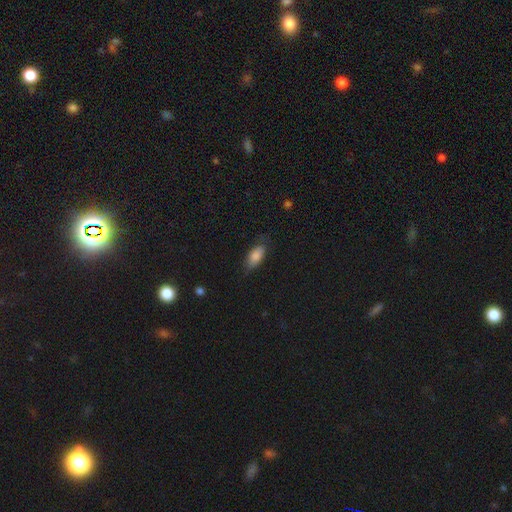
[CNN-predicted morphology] type=smooth (84%); roundness=in between (87%); merging=none (74%).